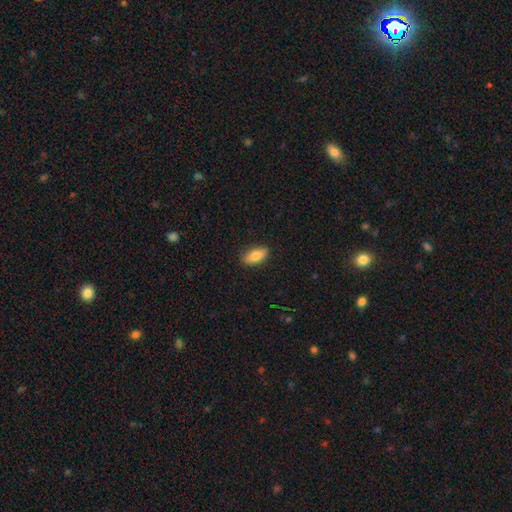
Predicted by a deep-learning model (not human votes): Overall: smooth (81%). How rounded: in between (84%). Merging: none (87%).